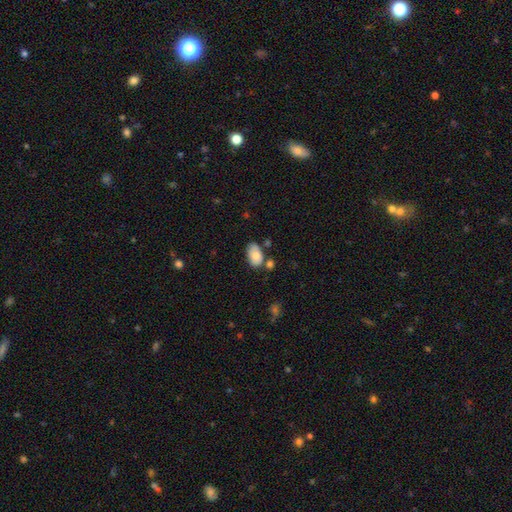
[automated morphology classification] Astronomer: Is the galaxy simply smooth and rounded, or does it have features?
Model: smooth — 76%.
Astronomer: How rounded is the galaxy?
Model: in between — 92%.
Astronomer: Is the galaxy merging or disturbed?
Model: none — 60%.